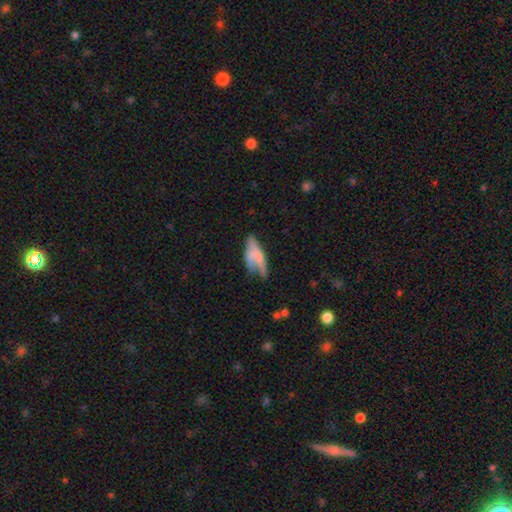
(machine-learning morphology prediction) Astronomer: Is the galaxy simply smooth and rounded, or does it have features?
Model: smooth — 55% (runner-up: featured or disk, 36%).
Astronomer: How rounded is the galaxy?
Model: in between — 50% (runner-up: cigar-shaped, 46%).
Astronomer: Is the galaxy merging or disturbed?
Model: none — 34% (runner-up: minor disturbance, 27%).